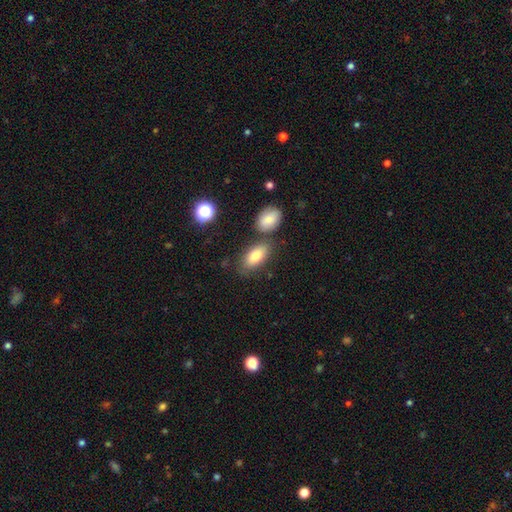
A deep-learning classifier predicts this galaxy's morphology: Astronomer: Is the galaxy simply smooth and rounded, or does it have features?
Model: smooth — 80%.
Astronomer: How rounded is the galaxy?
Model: in between — 89%.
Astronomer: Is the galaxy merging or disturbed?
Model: none — 67%.